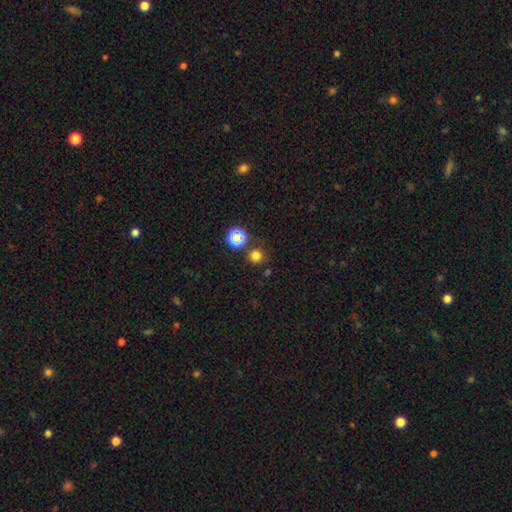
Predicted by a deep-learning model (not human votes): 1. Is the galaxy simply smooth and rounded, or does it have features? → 71% smooth, 24% star or artifact, 6% featured or disk.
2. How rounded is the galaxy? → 92% round, 8% in between, 1% cigar-shaped.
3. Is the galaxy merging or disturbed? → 81% none, 8% minor disturbance, 7% merger, 3% major disturbance.